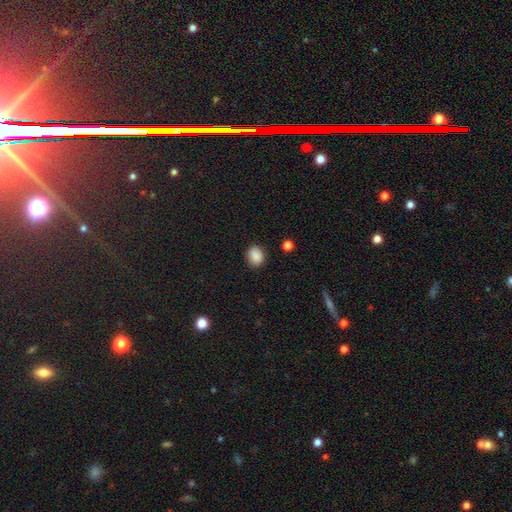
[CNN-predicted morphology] A smooth galaxy with no disk features (88%) that is round (55%). Merging: none (86%).